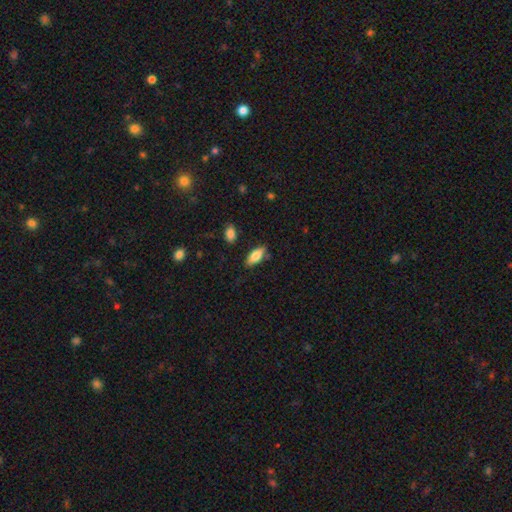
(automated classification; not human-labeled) Smooth or featured? smooth (79%)
How rounded? in between (80%)
Merging? none (81%)